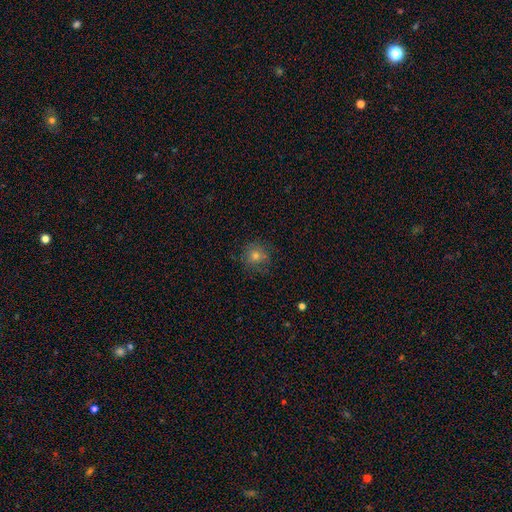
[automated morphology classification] Overall: smooth (65%). How rounded: round (91%). Merging: none (80%).